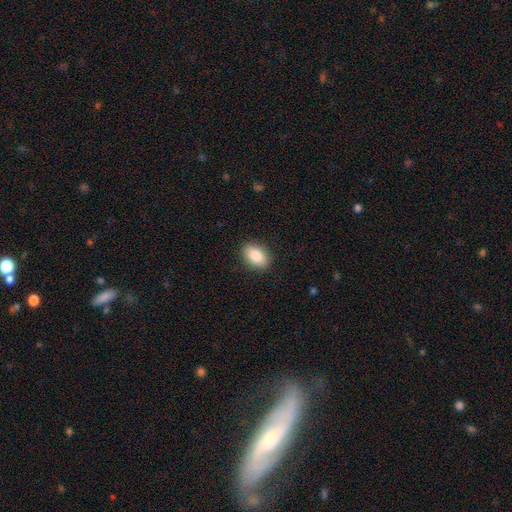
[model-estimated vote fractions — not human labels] Overall: smooth (87%). How rounded: in between (87%). Merging: none (88%).